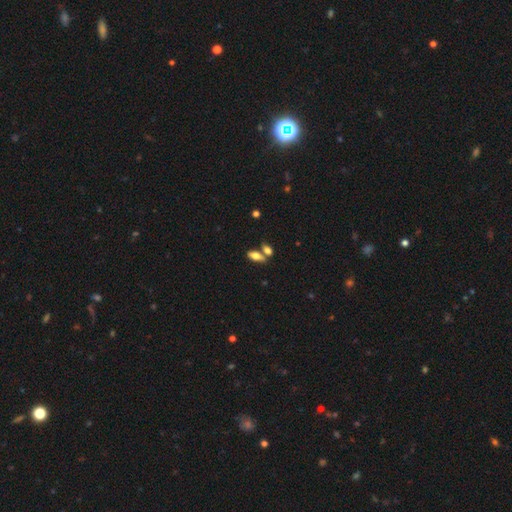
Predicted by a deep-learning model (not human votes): This is likely a smooth galaxy (67%). How rounded: likely in between (79%). Merging: possibly none (57%).